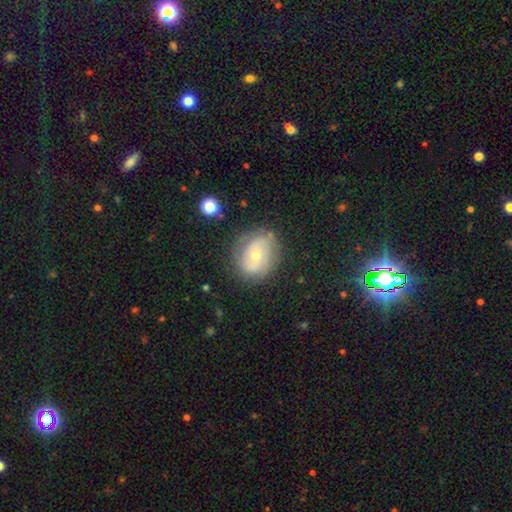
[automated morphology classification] Q: Smooth or featured?
A: featured or disk (49%); runner-up: smooth (42%)
Q: Merging?
A: none (71%); runner-up: minor disturbance (19%)